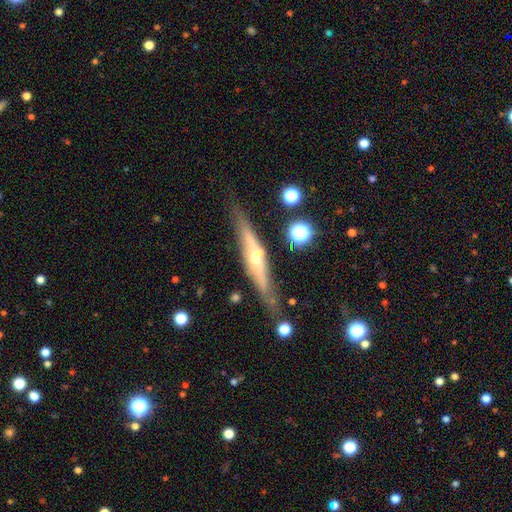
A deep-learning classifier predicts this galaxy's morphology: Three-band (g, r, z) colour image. It shows a featured or disk galaxy (62%) viewed edge-on (90%) with a rounded central bulge (74%). Merging: none (75%).